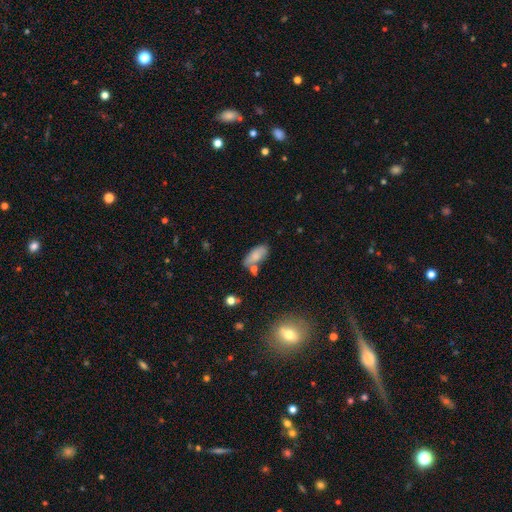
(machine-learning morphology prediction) This appears to be a smooth galaxy with no disk features (79%) that is in between round and cigar-shaped (86%). Merging: none (59%).